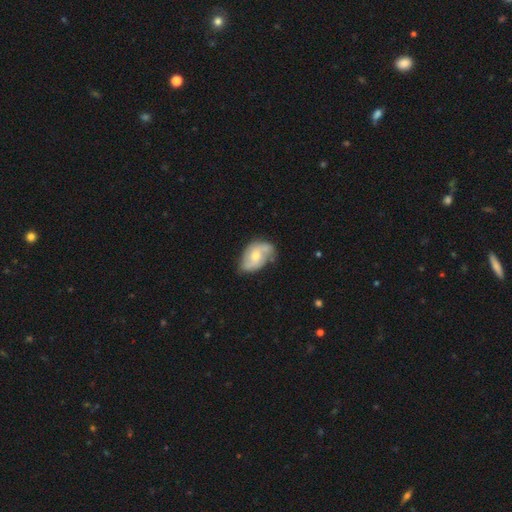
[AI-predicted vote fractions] A featured or disk galaxy (61%) with no bar (64%), spiral arms (81%) and a moderate central bulge (53%).

Vote fractions:
- Smooth or featured? featured or disk: 61% / smooth: 33% / star or artifact: 6%
- Edge-on disk? no: 96% / yes: 4%
- Bar? no: 64% / weak: 31% / strong: 6%
- Spiral arms? yes: 81% / no: 19%
- Bulge size? moderate: 53% / small: 41% / large: 3% / none: 2% / dominant: 1%
- Merging? none: 52% / minor disturbance: 32% / major disturbance: 9% / merger: 7%